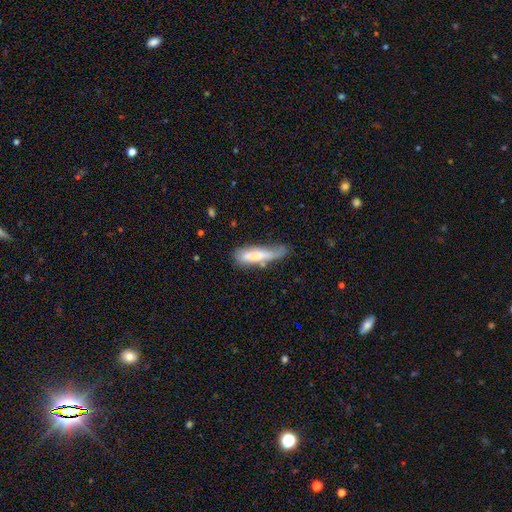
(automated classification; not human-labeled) A smooth galaxy with no disk features (68%) that is cigar-shaped (66%). Merging: none (34%, tied with minor disturbance).